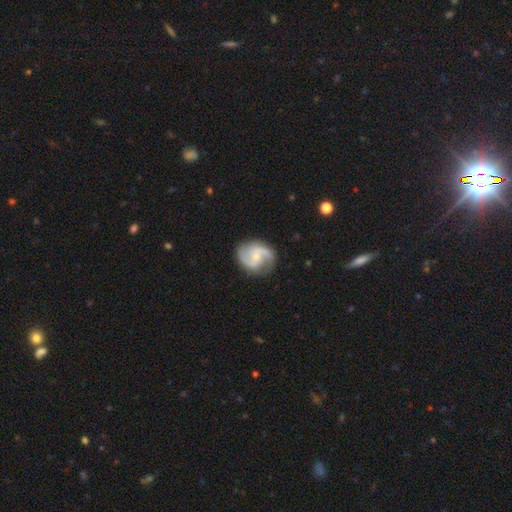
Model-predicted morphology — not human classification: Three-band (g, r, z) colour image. It shows a featured or disk galaxy (84%) with no bar (50%), 2 (91%) medium (49%) spiral arms (97%) and a small central bulge (63%). Merging: none (80%).